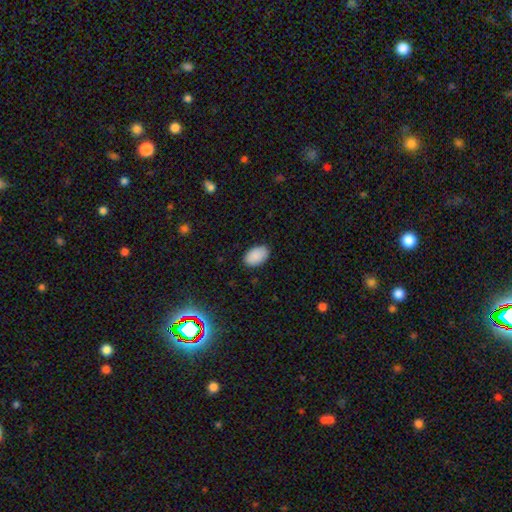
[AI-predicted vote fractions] A smooth galaxy with no disk features (89%) that is in between round and cigar-shaped (93%). Merging: none (87%).